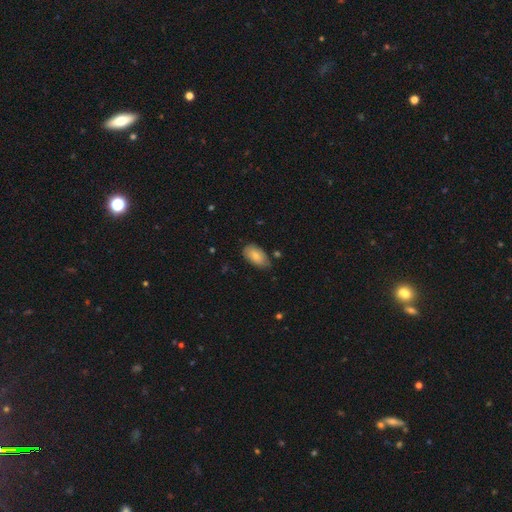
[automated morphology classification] This is likely a smooth galaxy (78%). How rounded: clearly in between (94%). Merging: likely none (68%).